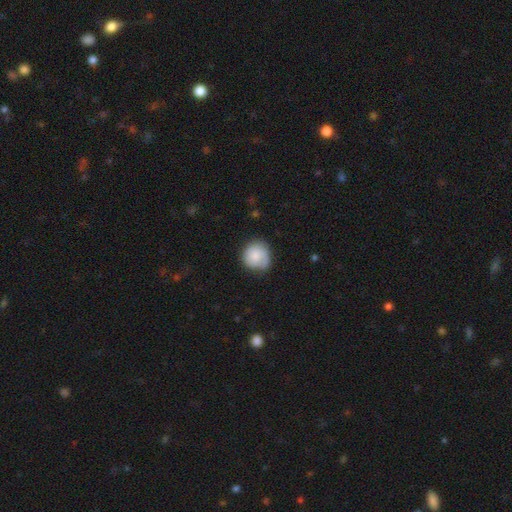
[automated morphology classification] A smooth galaxy with no disk features (69%) that is round (87%). Merging: none (64%).